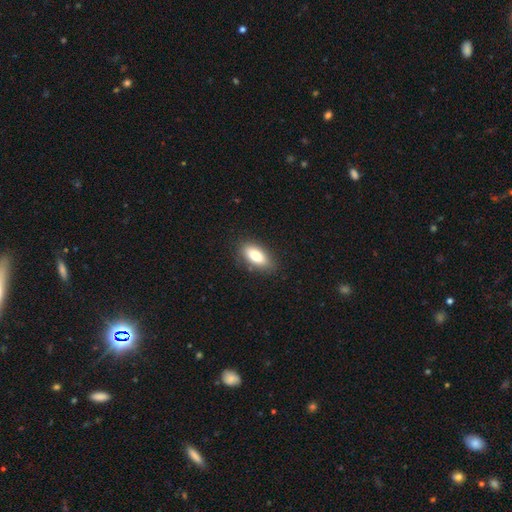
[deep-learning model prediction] Smooth or featured? Predicted: smooth (p=0.82). How rounded? Predicted: in between (p=0.87). Merging? Predicted: none (p=0.82).